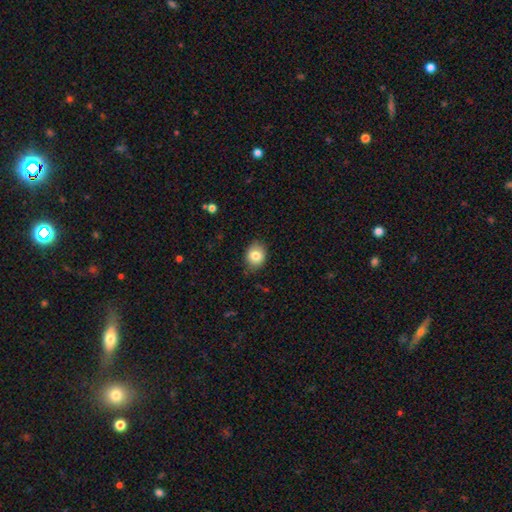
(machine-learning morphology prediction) A smooth galaxy with no disk features (81%) that is in between round and cigar-shaped (50%). Merging: none (80%).